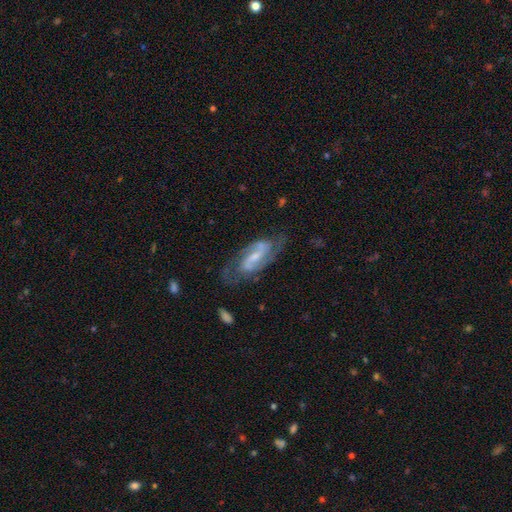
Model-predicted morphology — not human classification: Overall: featured or disk (86%). Edge-on disk: no (94%). Bar: weak (44%; strong 39%). Spiral arms: yes (96%). Spiral arm count: 2 (90%). Spiral winding: medium (53%; tight 27%). Bulge size: small (57%; moderate 31%). Merging: none (75%).